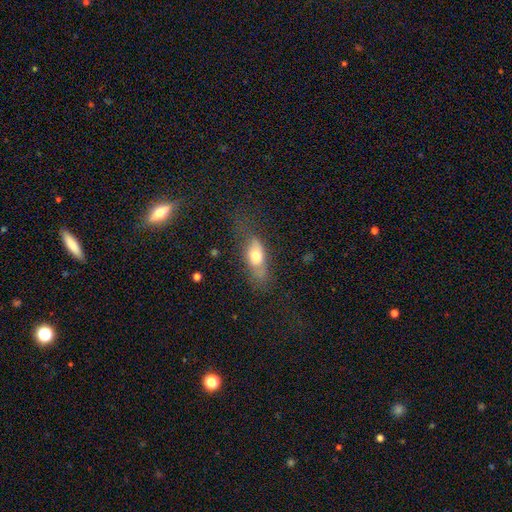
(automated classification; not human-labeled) The model was most divided on "merging": none: 49%, minor disturbance: 27%, major disturbance: 21%, merger: 3%. More confident: how rounded — in between (76%); smooth or featured — smooth (66%).